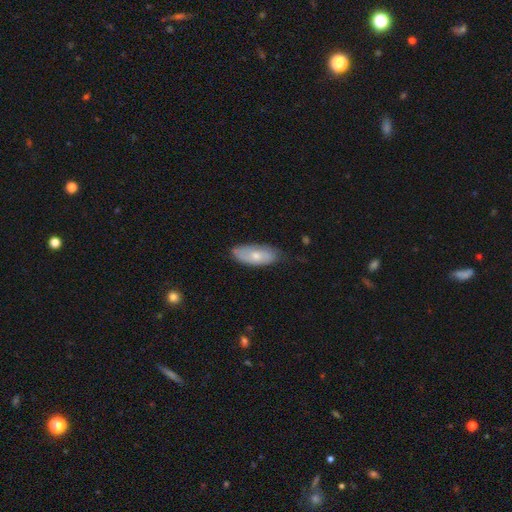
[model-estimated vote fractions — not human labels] Overall: smooth (61%; featured or disk 33%). How rounded: in between (85%). Merging: none (66%; minor disturbance 28%).